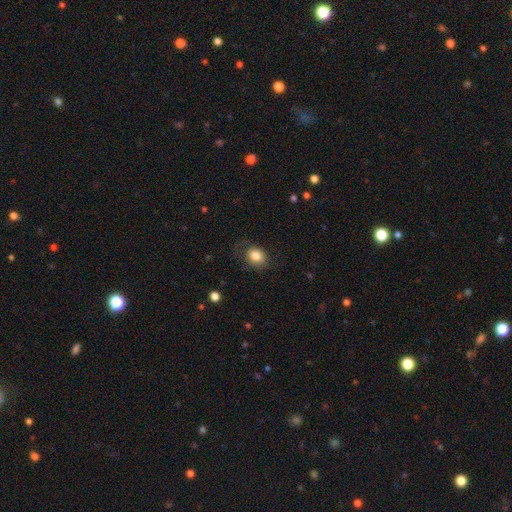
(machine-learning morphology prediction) Smooth or featured: smooth — 82% (star or artifact — 9%)
How rounded: in between — 50% (round — 49%)
Merging: none — 70% (minor disturbance — 20%)